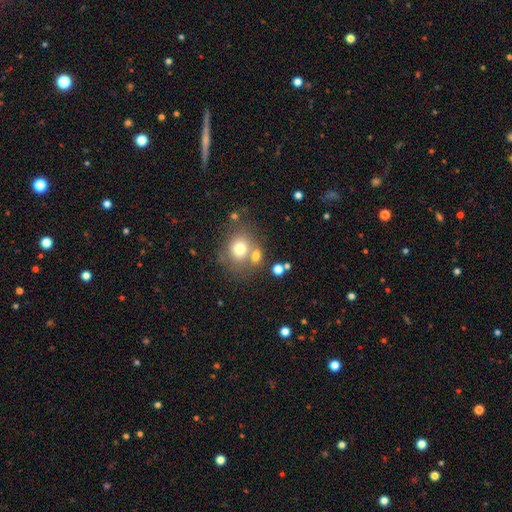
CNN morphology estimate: This appears to be a smooth galaxy with no disk features (71%) that is round (64%). Merging: none (49%).